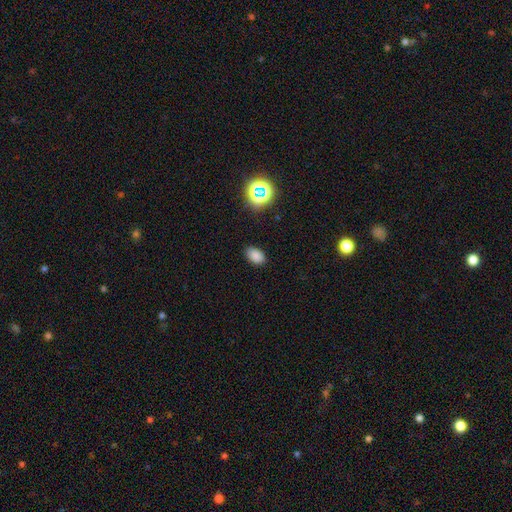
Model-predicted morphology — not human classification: Smooth or featured?
  - smooth: 81% *
  - star or artifact: 14%
  - featured or disk: 4%
How rounded?
  - in between: 86% *
  - round: 13%
  - cigar-shaped: 1%
Merging?
  - none: 87% *
  - minor disturbance: 10%
  - major disturbance: 3%
  - merger: 1%